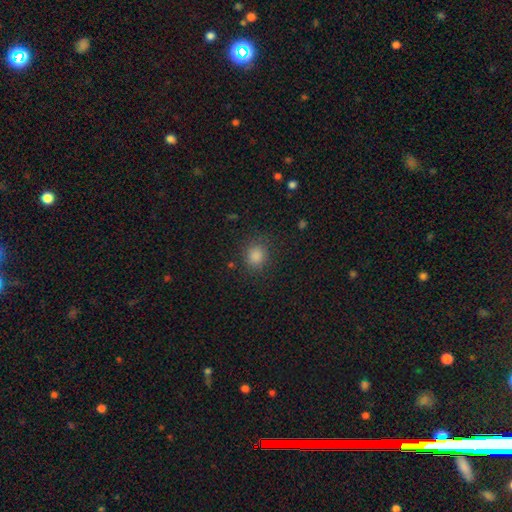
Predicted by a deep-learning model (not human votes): Q: Smooth or featured?
A: smooth (82%); runner-up: star or artifact (14%)
Q: How rounded?
A: round (78%); runner-up: in between (21%)
Q: Merging?
A: none (86%); runner-up: minor disturbance (10%)